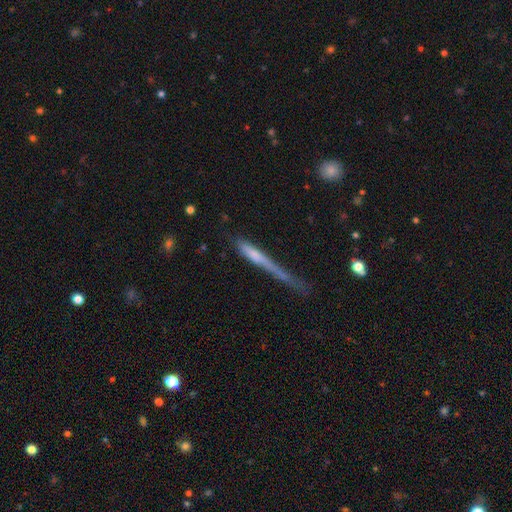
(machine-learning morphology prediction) type=smooth (53%); roundness=cigar-shaped (93%); merging=none (38%).